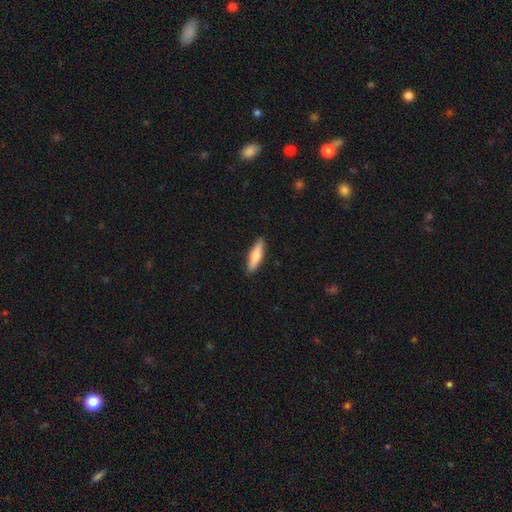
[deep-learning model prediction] smooth 72%, featured or disk 23%, star or artifact 5%. Down the decision tree: how rounded — cigar-shaped (66%); merging — none (90%).